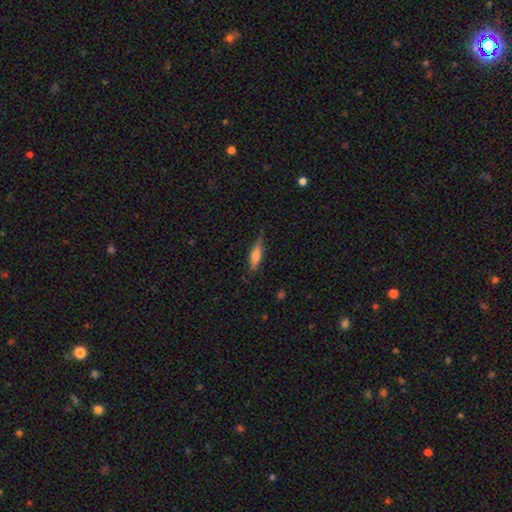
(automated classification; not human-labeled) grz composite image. It shows a smooth galaxy with no disk features (62%) that is cigar-shaped (68%). Merging: none (73%).